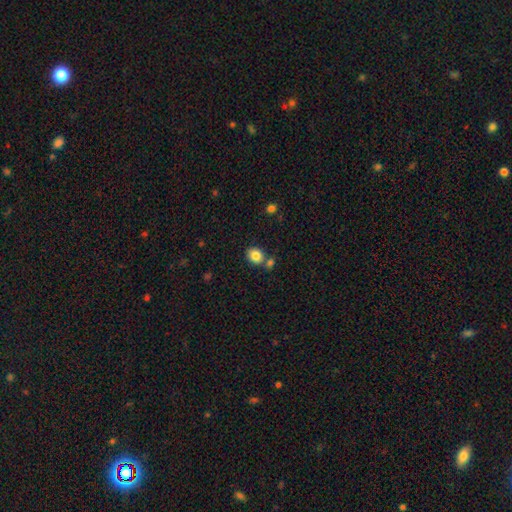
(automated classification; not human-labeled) Smooth or featured? smooth (84%)
How rounded? round (63%)
Merging? none (67%)